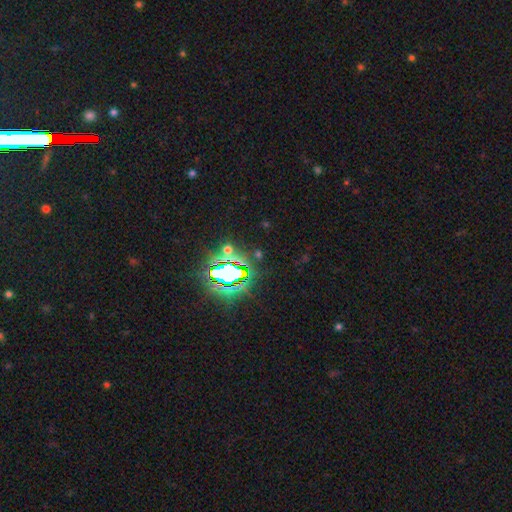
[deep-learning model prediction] Smooth or featured: star or artifact — 77% (smooth — 14%)